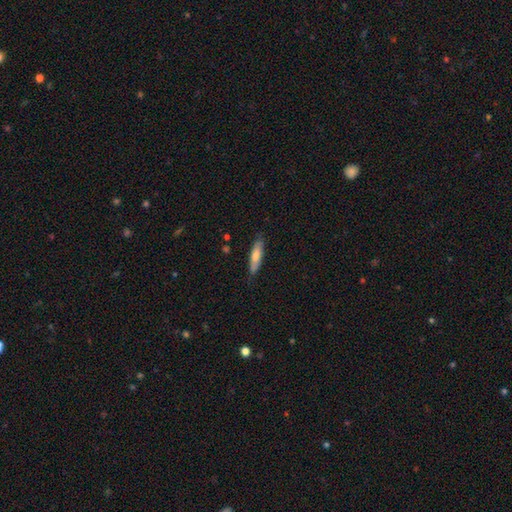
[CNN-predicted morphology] Smooth or featured?
  - smooth: 62% *
  - featured or disk: 32%
  - star or artifact: 6%
How rounded?
  - cigar-shaped: 76% *
  - in between: 22%
  - round: 2%
Merging?
  - none: 84% *
  - minor disturbance: 12%
  - major disturbance: 2%
  - merger: 1%